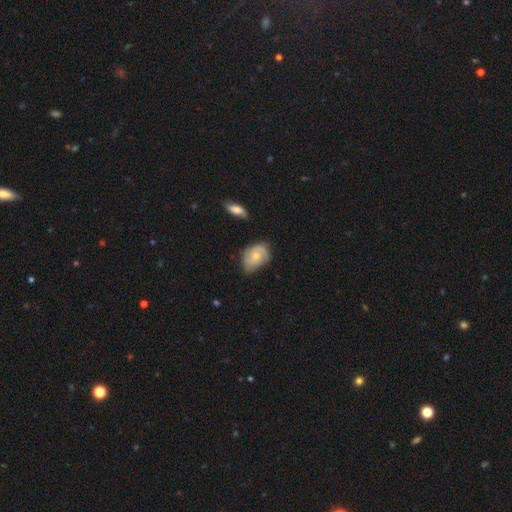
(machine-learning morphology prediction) smooth_or_featured: smooth (p=0.54) [alt: featured or disk p=0.39]
how_rounded: in between (p=0.80) [alt: round p=0.19]
merging: none (p=0.52) [alt: minor disturbance p=0.37]